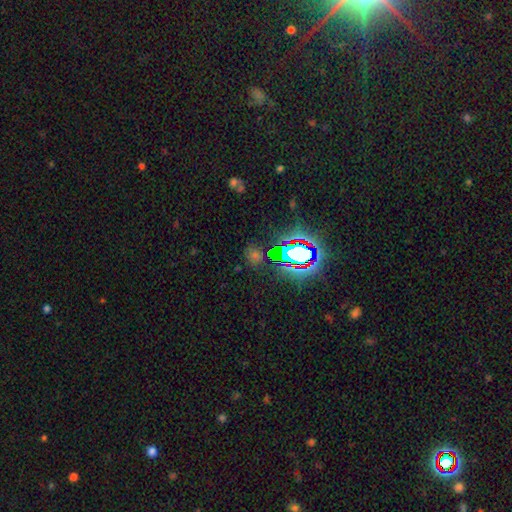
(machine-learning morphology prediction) A star or artifact, not a galaxy (64%).

Vote fractions:
- Smooth or featured? star or artifact: 64% / smooth: 26% / featured or disk: 10%